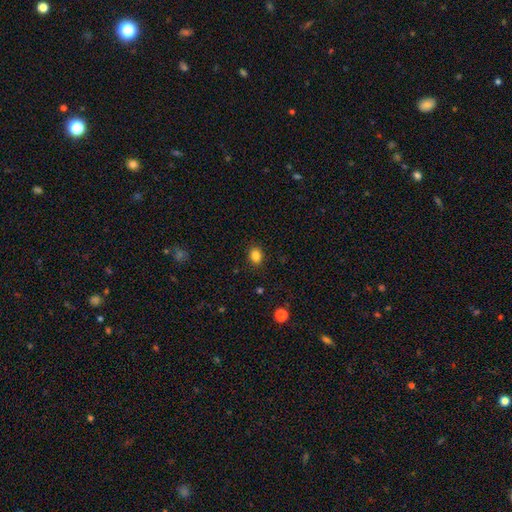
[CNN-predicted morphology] smooth-or-featured: smooth: 84% | star or artifact: 11% | featured or disk: 5%
  how-rounded: round: 50% | in between: 49% | cigar-shaped: 1%
  merging: none: 88% | minor disturbance: 8% | major disturbance: 2% | merger: 1%